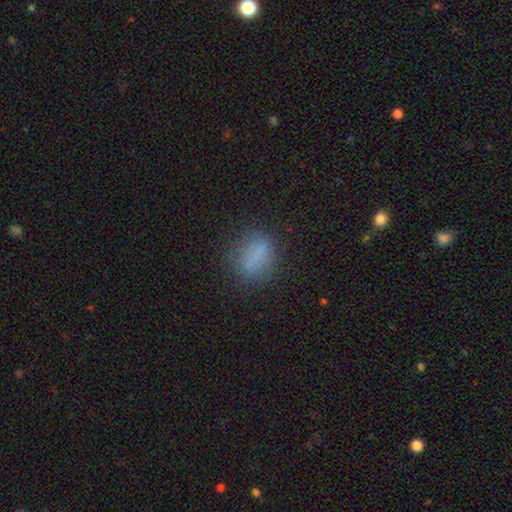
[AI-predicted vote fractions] Overall: smooth (77%). How rounded: in between (60%; round 31%). Merging: none (77%).